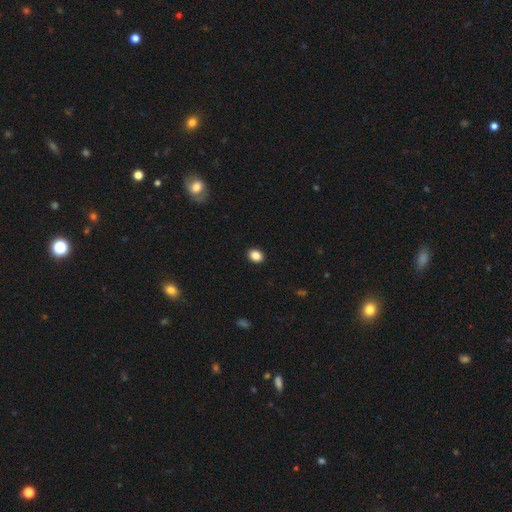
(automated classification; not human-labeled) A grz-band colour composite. It shows a smooth galaxy with no disk features (87%) that is in between round and cigar-shaped (52%). Merging: none (91%).